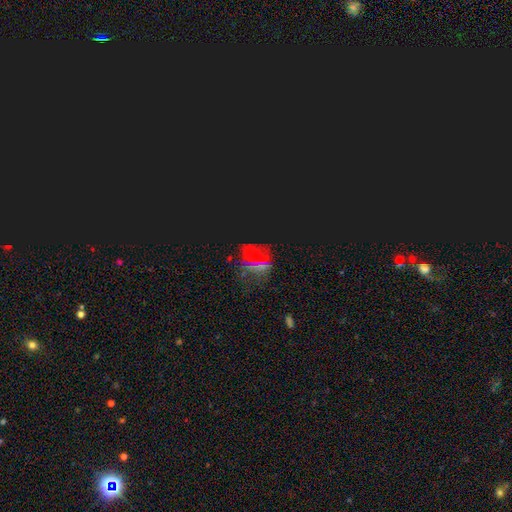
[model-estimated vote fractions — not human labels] Smooth or featured? star or artifact (59%)